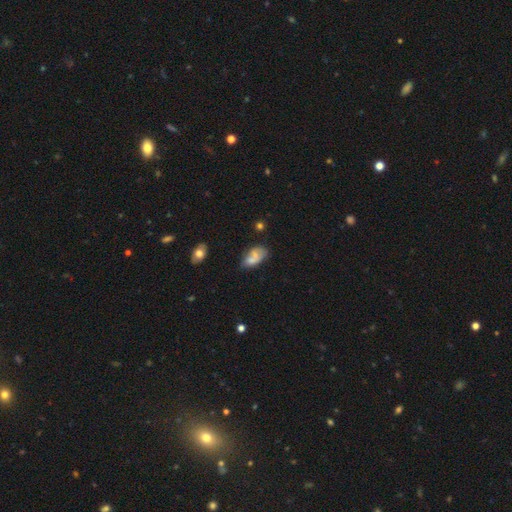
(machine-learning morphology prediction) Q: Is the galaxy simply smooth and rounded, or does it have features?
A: smooth — 61%.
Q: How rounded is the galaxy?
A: in between — 91%.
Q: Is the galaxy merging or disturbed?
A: none — 40%.